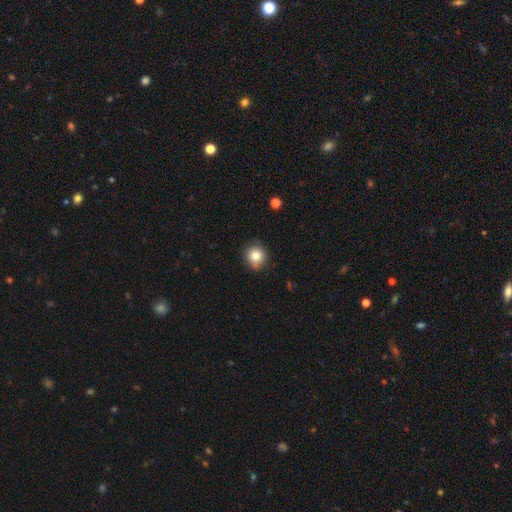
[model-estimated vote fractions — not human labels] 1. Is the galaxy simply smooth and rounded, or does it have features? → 81% smooth, 11% star or artifact, 9% featured or disk.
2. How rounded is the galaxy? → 88% round, 11% in between, 1% cigar-shaped.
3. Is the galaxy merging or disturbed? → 81% none, 15% minor disturbance, 3% major disturbance, 2% merger.